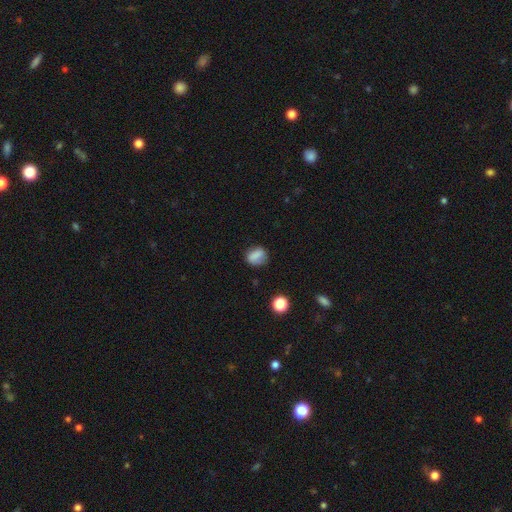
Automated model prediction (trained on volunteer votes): A smooth galaxy with no disk features (79%) that is round (49%).

Vote fractions:
- Smooth or featured? smooth: 79% / star or artifact: 11% / featured or disk: 10%
- How rounded? round: 49% / in between: 48% / cigar-shaped: 3%
- Merging? none: 72% / minor disturbance: 20% / major disturbance: 6% / merger: 2%